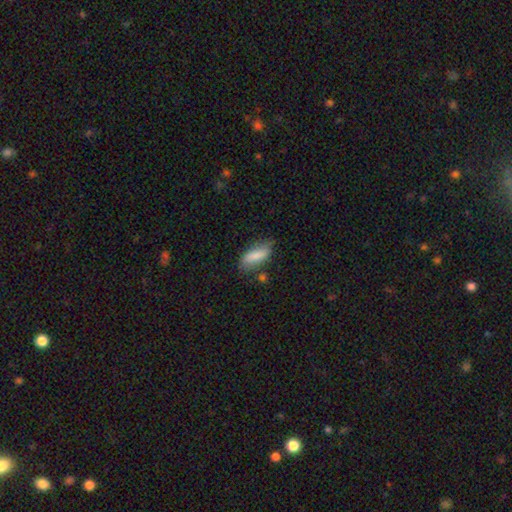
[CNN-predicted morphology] Q: Smooth or featured?
A: smooth (79%); runner-up: featured or disk (15%)
Q: How rounded?
A: in between (71%); runner-up: cigar-shaped (26%)
Q: Merging?
A: none (64%); runner-up: minor disturbance (25%)